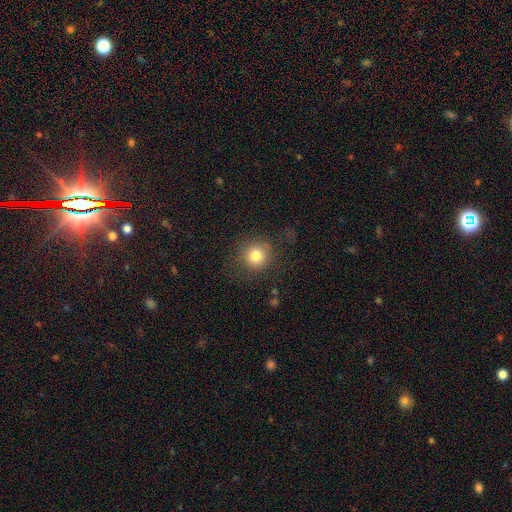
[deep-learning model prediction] Smooth or featured?
  - smooth: 80% *
  - star or artifact: 11%
  - featured or disk: 8%
How rounded?
  - round: 90% *
  - in between: 9%
  - cigar-shaped: 1%
Merging?
  - none: 81% *
  - minor disturbance: 11%
  - major disturbance: 6%
  - merger: 1%